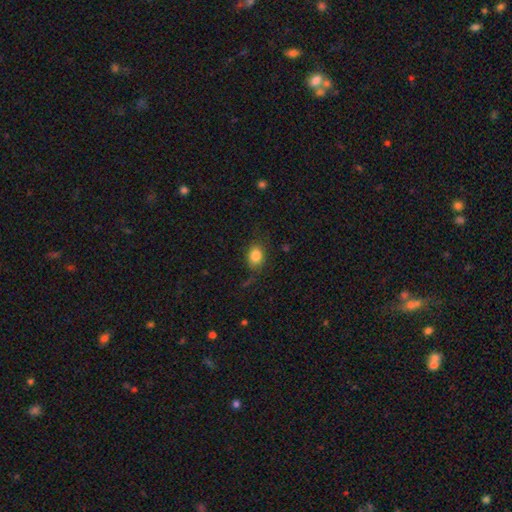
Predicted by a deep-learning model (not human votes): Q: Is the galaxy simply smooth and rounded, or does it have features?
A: smooth — 83%.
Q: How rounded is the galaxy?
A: in between — 60%.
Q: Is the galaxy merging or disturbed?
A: none — 77%.